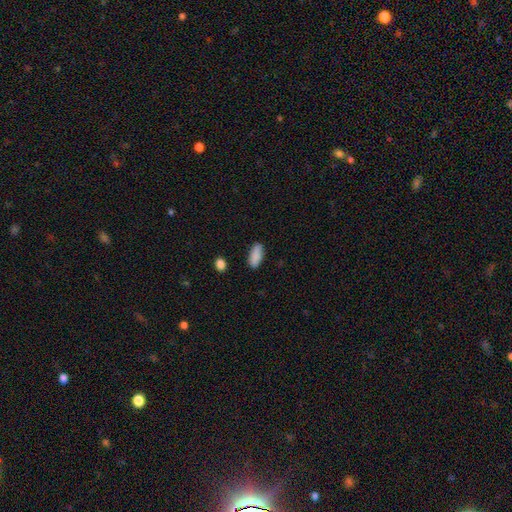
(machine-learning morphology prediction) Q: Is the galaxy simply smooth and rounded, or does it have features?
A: smooth — 88%.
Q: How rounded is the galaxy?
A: in between — 81%.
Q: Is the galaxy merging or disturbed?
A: none — 84%.